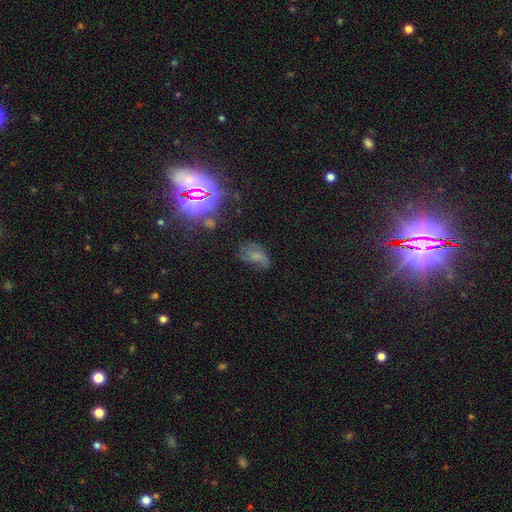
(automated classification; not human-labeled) Q: Smooth or featured?
A: smooth (39%); tied with: featured or disk (39%)
Q: Merging?
A: none (40%); runner-up: minor disturbance (29%)